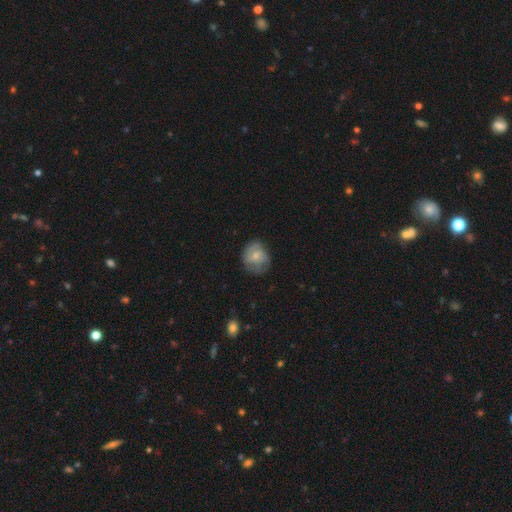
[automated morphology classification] The model was most divided on "smooth or featured": smooth: 55%, featured or disk: 38%, star or artifact: 7%. More confident: how rounded — round (73%); merging — none (61%).